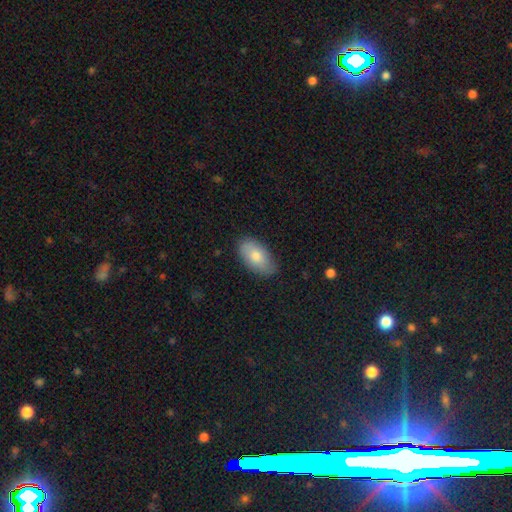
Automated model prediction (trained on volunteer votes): Smooth or featured: smooth — 77% (featured or disk — 17%)
How rounded: in between — 94% (round — 4%)
Merging: none — 80% (minor disturbance — 16%)